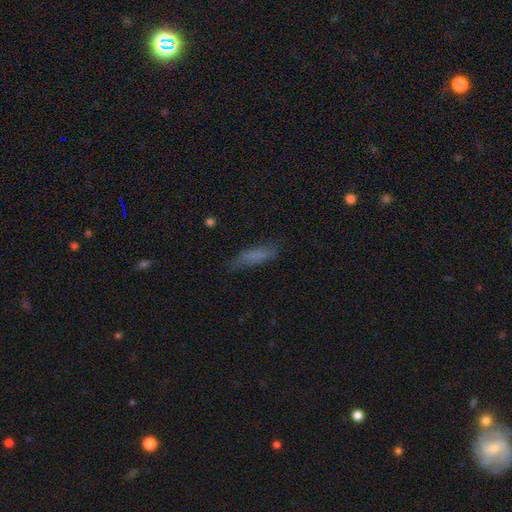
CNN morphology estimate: type=smooth (70%); roundness=cigar-shaped (63%); merging=none (69%).